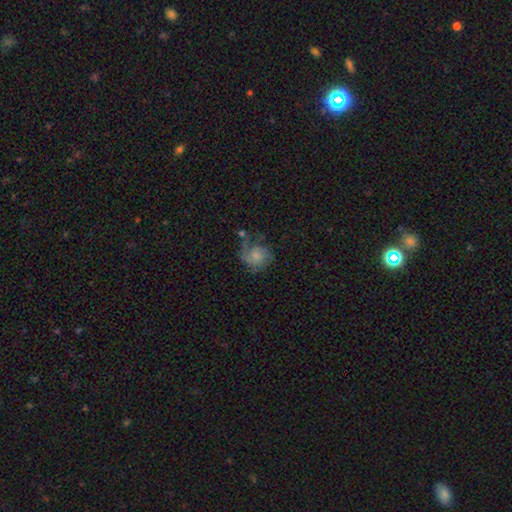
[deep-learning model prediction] Smooth or featured? featured or disk (59%)
Edge-on disk? no (98%)
Bar? no (76%)
Spiral arms? yes (87%)
Bulge size? small (52%)
Merging? none (43%)